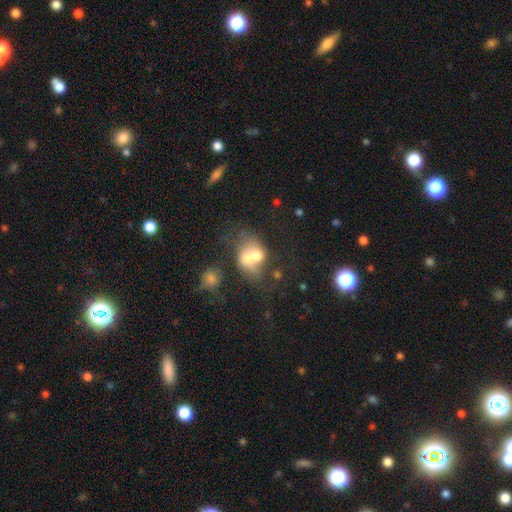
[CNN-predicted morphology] This is possibly a smooth galaxy (54%). How rounded: possibly in between (54%). Merging: likely merger (67%).